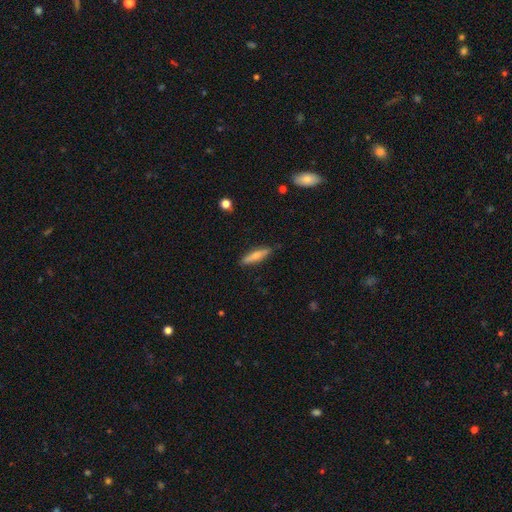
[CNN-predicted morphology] smooth_or_featured: smooth (p=0.64) [alt: featured or disk p=0.30]
how_rounded: cigar-shaped (p=0.79) [alt: in between p=0.19]
merging: none (p=0.87) [alt: minor disturbance p=0.10]